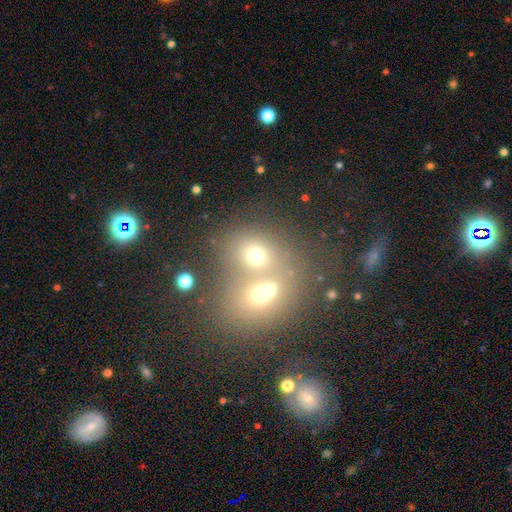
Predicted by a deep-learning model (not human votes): Morphology: type=smooth (63%); roundness=round (65%); merging=merger (62%).